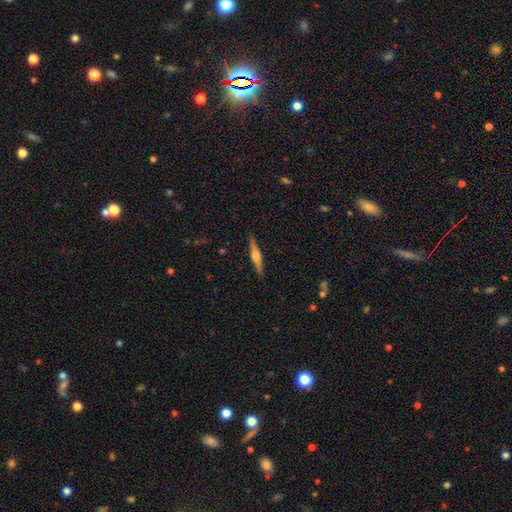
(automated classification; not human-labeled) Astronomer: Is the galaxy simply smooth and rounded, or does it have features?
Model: featured or disk — 71%.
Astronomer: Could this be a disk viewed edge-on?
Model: yes — 98%.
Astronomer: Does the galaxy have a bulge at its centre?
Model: rounded — 89%.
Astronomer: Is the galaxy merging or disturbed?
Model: none — 91%.